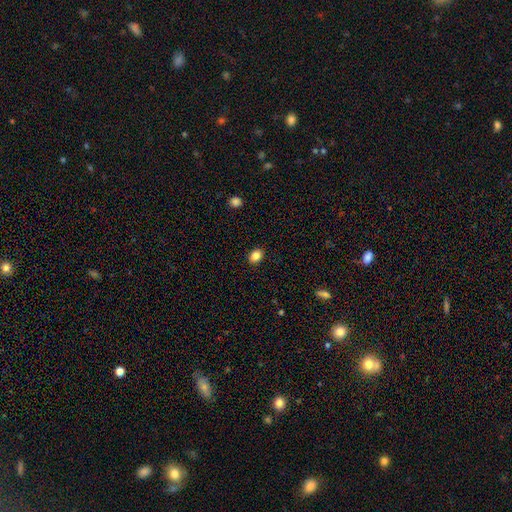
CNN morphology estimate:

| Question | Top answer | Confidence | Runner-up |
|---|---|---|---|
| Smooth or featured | smooth | 84% | star or artifact (10%) |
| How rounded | in between | 61% | round (38%) |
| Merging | none | 89% | minor disturbance (8%) |